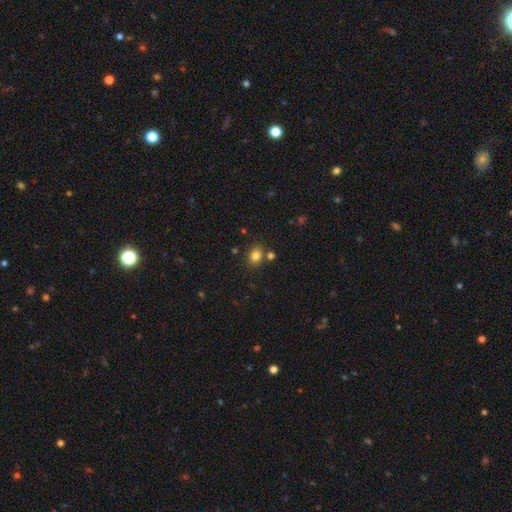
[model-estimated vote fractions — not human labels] Smooth or featured? smooth (81%)
How rounded? round (60%)
Merging? none (75%)